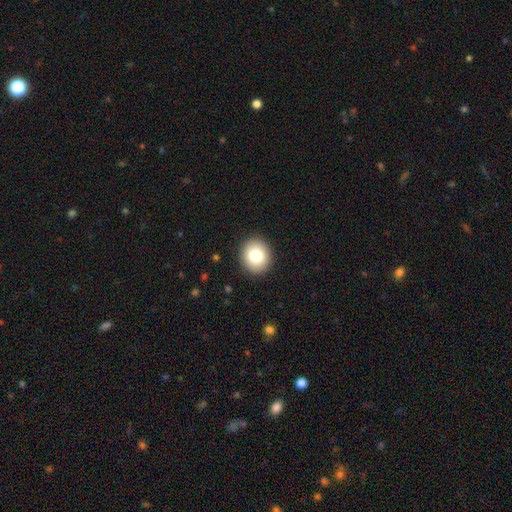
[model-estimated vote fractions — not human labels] A smooth galaxy with no disk features (81%) that is round (77%).

Vote fractions:
- Smooth or featured? smooth: 81% / featured or disk: 10% / star or artifact: 9%
- How rounded? round: 77% / in between: 22% / cigar-shaped: 1%
- Merging? none: 91% / minor disturbance: 6% / major disturbance: 2% / merger: 1%